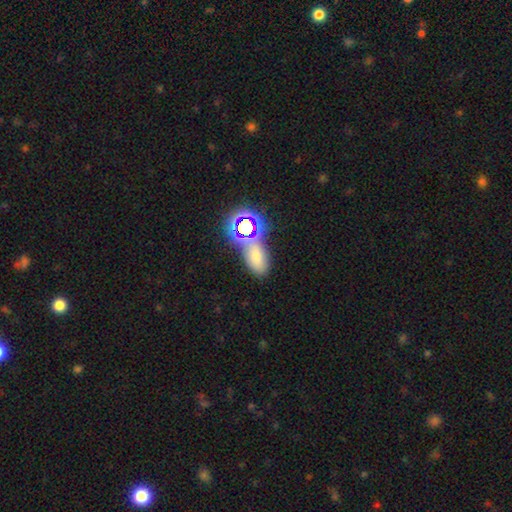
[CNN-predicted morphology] This is possibly a smooth galaxy (55%). How rounded: clearly in between (85%). Merging: likely none (60%).